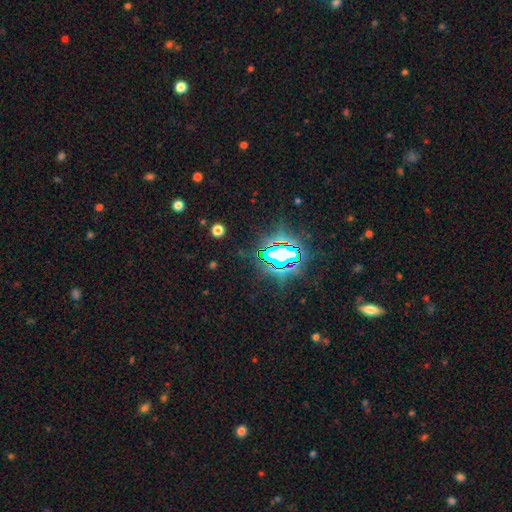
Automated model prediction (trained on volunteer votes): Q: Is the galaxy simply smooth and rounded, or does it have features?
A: star or artifact — 82%.